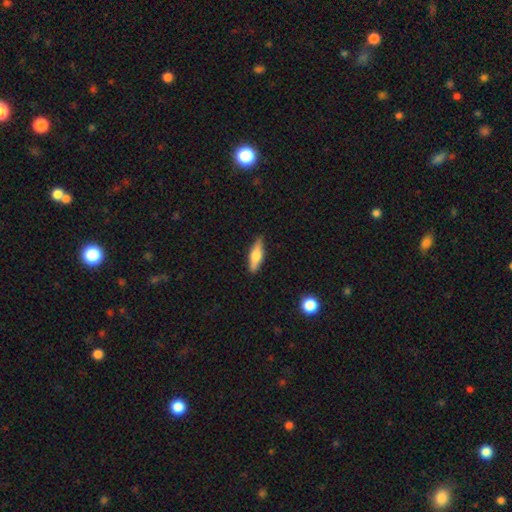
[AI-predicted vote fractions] Smooth or featured?
  - smooth: 55% *
  - featured or disk: 39%
  - star or artifact: 6%
How rounded?
  - cigar-shaped: 55% *
  - in between: 43%
  - round: 3%
Merging?
  - none: 87% *
  - minor disturbance: 10%
  - major disturbance: 2%
  - merger: 1%